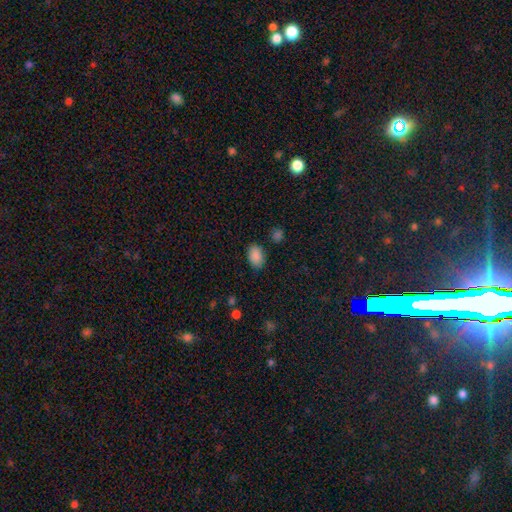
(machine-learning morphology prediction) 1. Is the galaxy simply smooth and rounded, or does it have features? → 88% smooth, 9% star or artifact, 3% featured or disk.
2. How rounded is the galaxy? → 88% in between, 11% round, 1% cigar-shaped.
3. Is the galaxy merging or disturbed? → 83% none, 12% minor disturbance, 3% major disturbance, 2% merger.